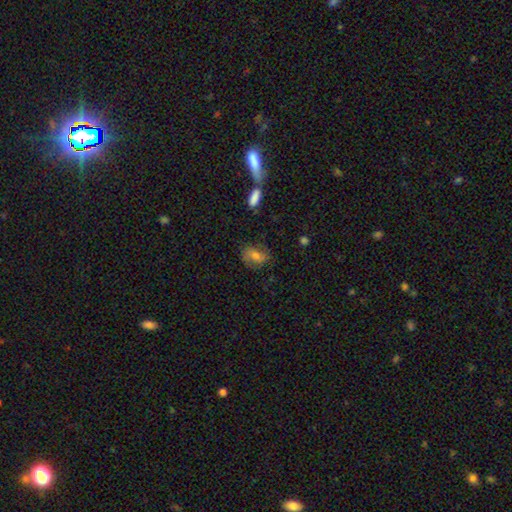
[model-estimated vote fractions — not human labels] smooth_or_featured: smooth (p=0.51) [alt: featured or disk p=0.39]
how_rounded: in between (p=0.71) [alt: round p=0.25]
merging: none (p=0.70) [alt: minor disturbance p=0.19]